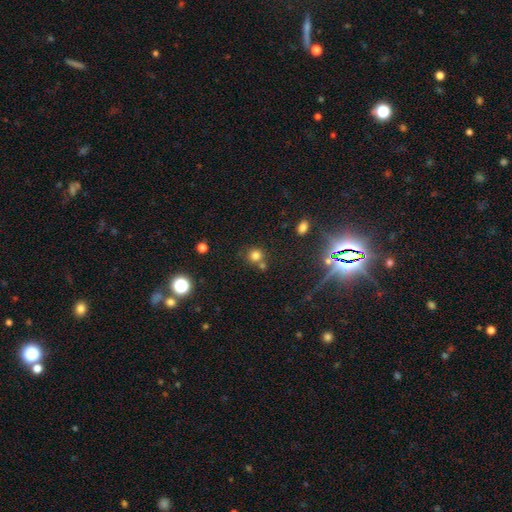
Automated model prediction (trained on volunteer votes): Smooth or featured? Predicted: smooth (p=0.76). How rounded? Predicted: round (p=0.87). Merging? Predicted: none (p=0.61).